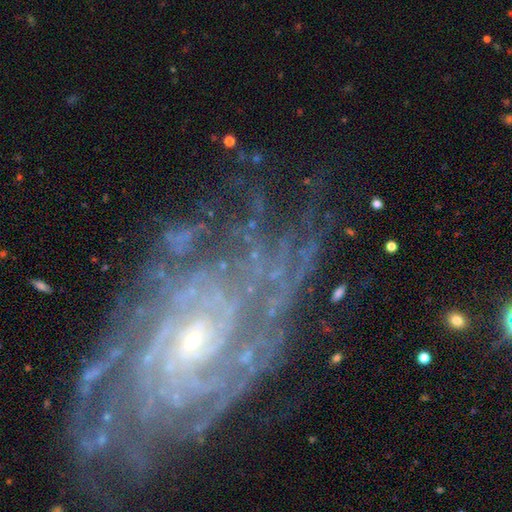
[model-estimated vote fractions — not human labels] Overall: featured or disk (70%). Edge-on disk: no (95%). Bar: no (59%; weak 26%). Spiral arms: yes (89%). Spiral arm count: can't tell (34%; 2 16%). Spiral winding: tight (66%). Bulge size: small (67%). Merging: none (60%).